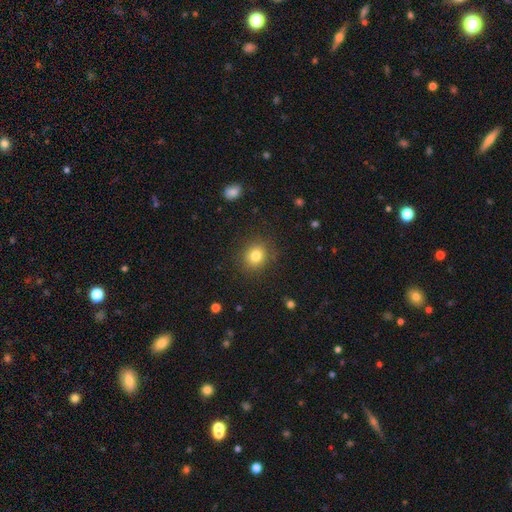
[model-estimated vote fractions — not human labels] Smooth or featured?
  - smooth: 80% *
  - star or artifact: 12%
  - featured or disk: 8%
How rounded?
  - round: 77% *
  - in between: 23%
  - cigar-shaped: 1%
Merging?
  - none: 87% *
  - minor disturbance: 9%
  - major disturbance: 3%
  - merger: 1%